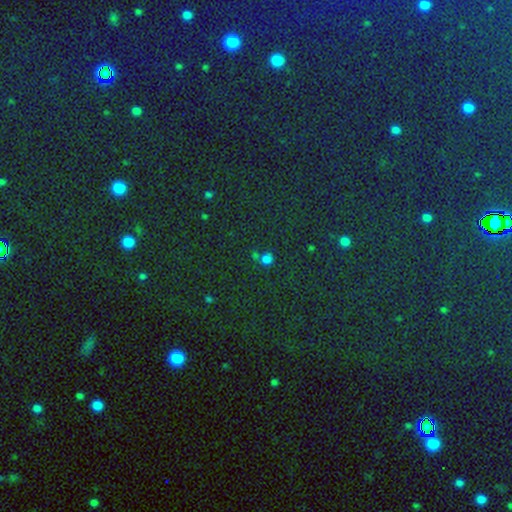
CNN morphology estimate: The model was most divided on "smooth or featured": star or artifact: 54%, smooth: 38%, featured or disk: 8%.